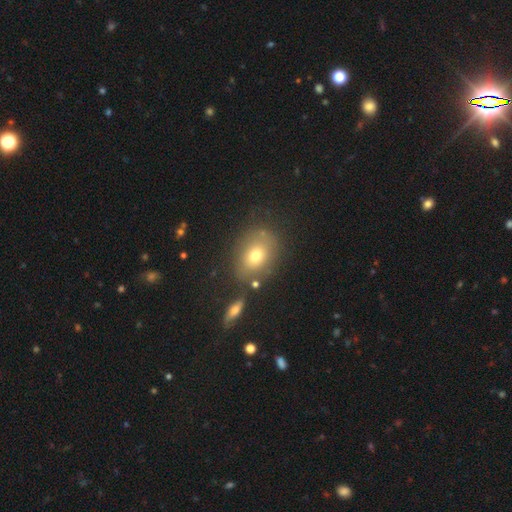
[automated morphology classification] smooth-or-featured: smooth: 70% | featured or disk: 17% | star or artifact: 13%
  how-rounded: in between: 59% | round: 40% | cigar-shaped: 2%
  merging: none: 72% | minor disturbance: 13% | merger: 9% | major disturbance: 5%